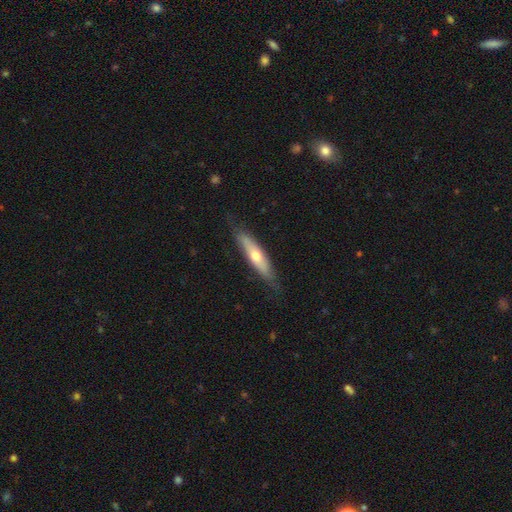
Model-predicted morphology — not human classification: featured or disk 47% (tied), smooth 47% (tied), star or artifact 5%. Down the decision tree: merging — none (78%).